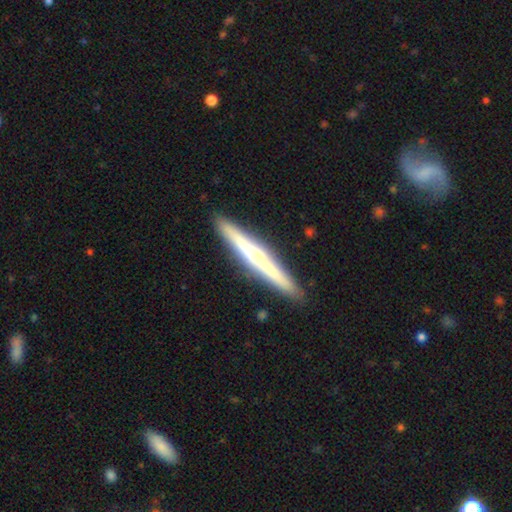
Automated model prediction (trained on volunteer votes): featured or disk 60%, smooth 34%, star or artifact 6%. Down the decision tree: edge-on disk — yes (97%); edge-on bulge — rounded (52%); merging — none (91%).